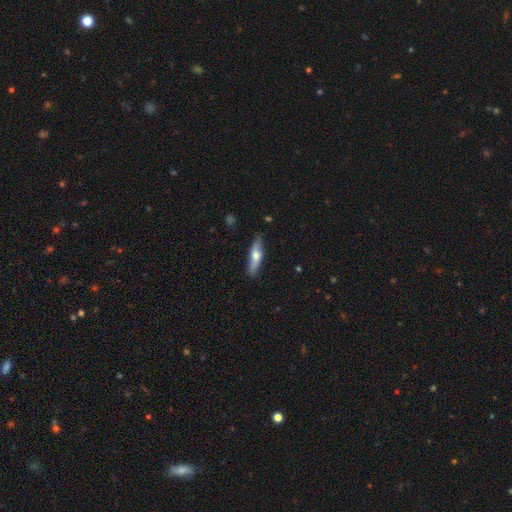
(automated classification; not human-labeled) This appears to be a smooth galaxy with no disk features (57%) that is cigar-shaped (71%). Merging: none (81%).